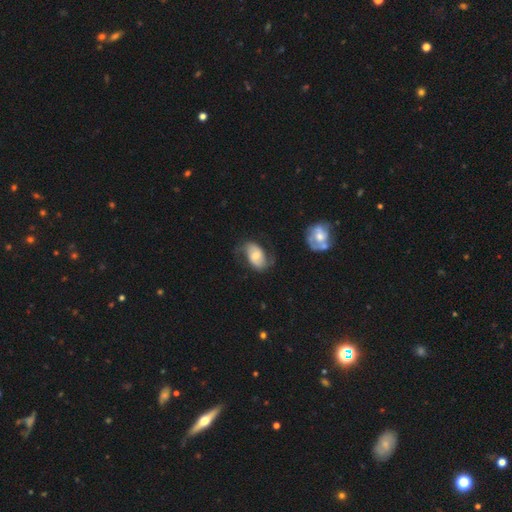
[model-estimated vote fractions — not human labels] smooth_or_featured: featured or disk (p=0.61) [alt: smooth p=0.32]
disk_edge_on: no (p=0.96) [alt: yes p=0.04]
bar: no (p=0.51) [alt: weak p=0.36]
has_spiral_arms: yes (p=0.87) [alt: no p=0.13]
spiral_winding: loose (p=0.44) [alt: medium p=0.39]
spiral_arm_count: 2 (p=0.85) [alt: can't tell p=0.08]
bulge_size: moderate (p=0.50) [alt: small p=0.37]
merging: none (p=0.57) [alt: minor disturbance p=0.24]